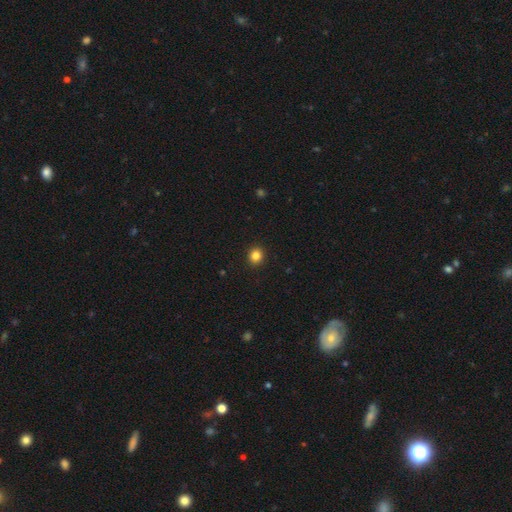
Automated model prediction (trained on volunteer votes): A smooth galaxy with no disk features (84%) that is round (89%).

Vote fractions:
- Smooth or featured? smooth: 84% / star or artifact: 12% / featured or disk: 4%
- How rounded? round: 89% / in between: 10% / cigar-shaped: 1%
- Merging? none: 93% / minor disturbance: 5% / major disturbance: 2% / merger: 1%